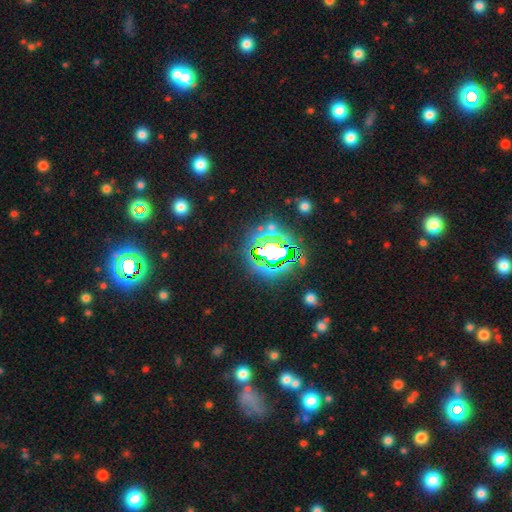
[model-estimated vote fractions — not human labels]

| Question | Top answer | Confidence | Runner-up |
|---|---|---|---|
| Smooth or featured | star or artifact | 72% | smooth (16%) |